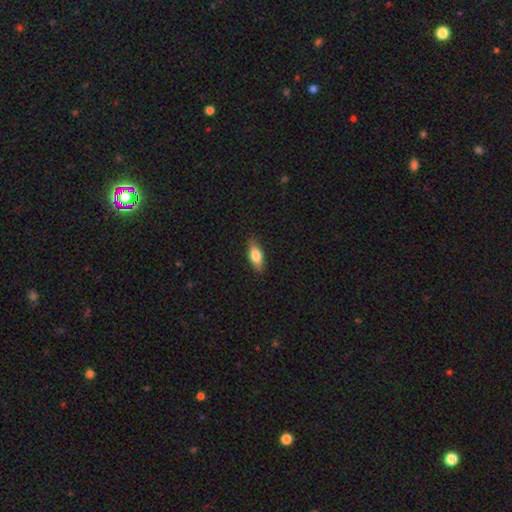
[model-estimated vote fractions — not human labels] smooth_or_featured: smooth (p=0.69) [alt: featured or disk p=0.24]
how_rounded: in between (p=0.71) [alt: cigar-shaped p=0.26]
merging: none (p=0.87) [alt: minor disturbance p=0.10]